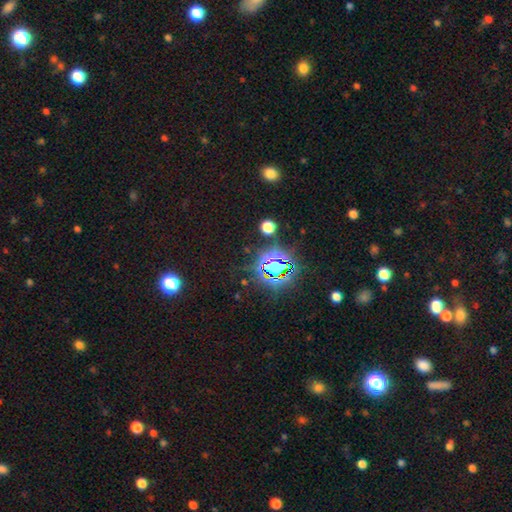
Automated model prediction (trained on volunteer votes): Smooth or featured: star or artifact — 80% (smooth — 13%)